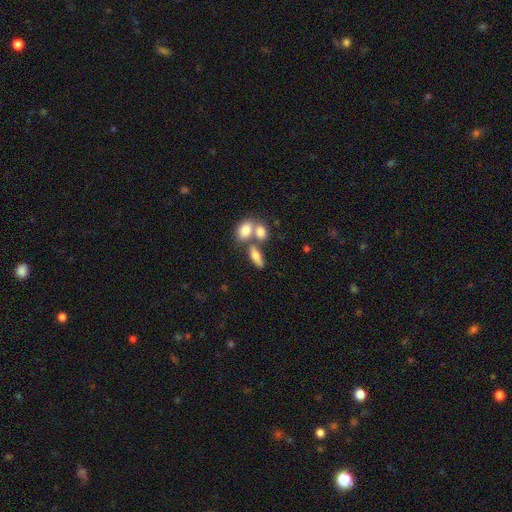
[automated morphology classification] This is likely a smooth galaxy (71%). How rounded: likely in between (74%). Merging: marginally none (44%).